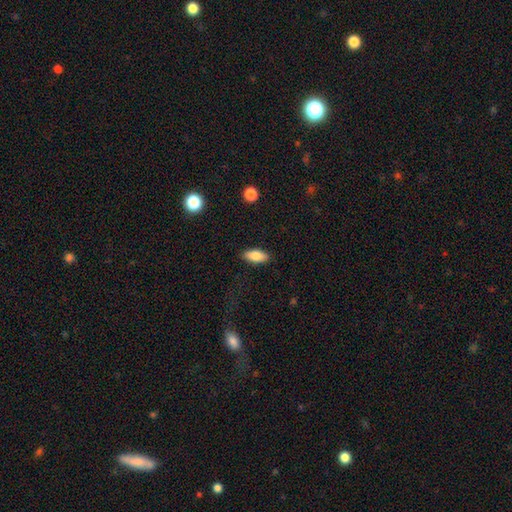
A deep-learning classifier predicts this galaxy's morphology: This appears to be a smooth galaxy with no disk features (82%) that is in between round and cigar-shaped (85%). Merging: none (88%).